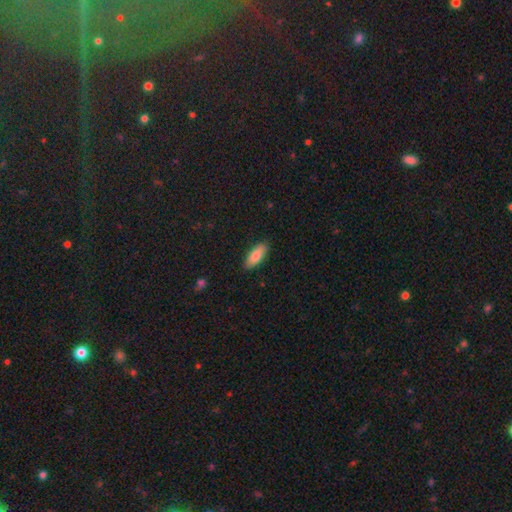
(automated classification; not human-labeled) smooth 84%, featured or disk 10%, star or artifact 6%. Down the decision tree: how rounded — in between (74%); merging — none (86%).